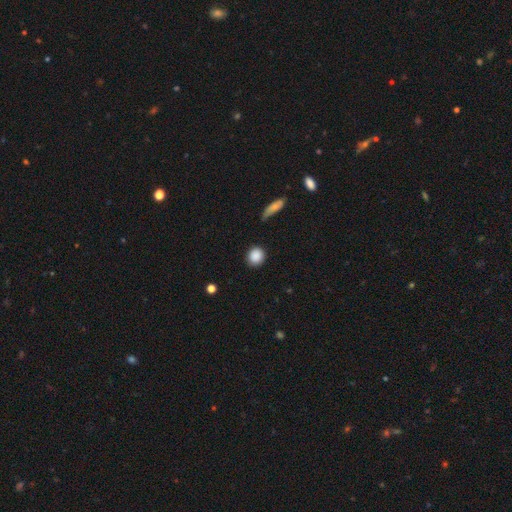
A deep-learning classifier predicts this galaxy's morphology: smooth_or_featured: smooth (p=0.88) [alt: star or artifact p=0.08]
how_rounded: round (p=0.86) [alt: in between p=0.12]
merging: none (p=0.86) [alt: minor disturbance p=0.09]